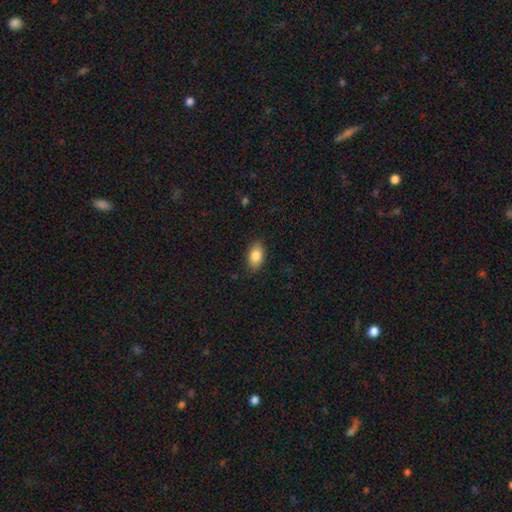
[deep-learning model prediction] This is clearly a smooth galaxy (84%). How rounded: clearly in between (91%). Merging: clearly none (86%).